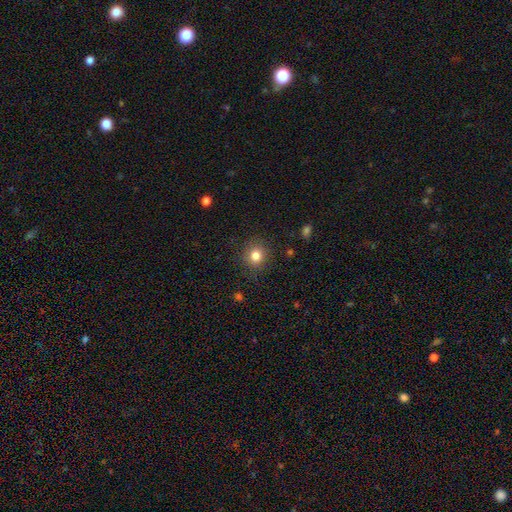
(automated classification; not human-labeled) Morphology: type=smooth (82%); roundness=round (85%); merging=none (88%).